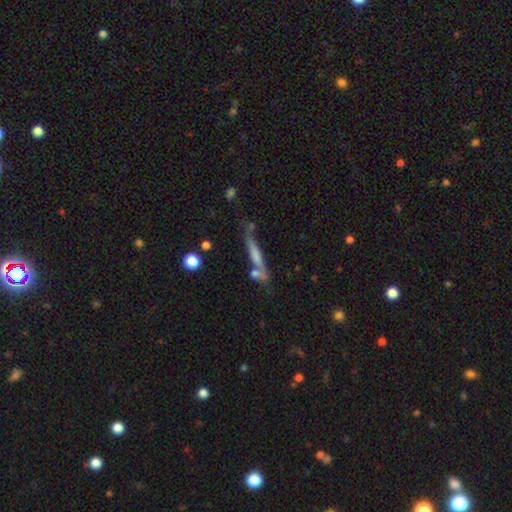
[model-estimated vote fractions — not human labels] featured or disk 44%, smooth 35%, star or artifact 21%. Down the decision tree: merging — none (61%).